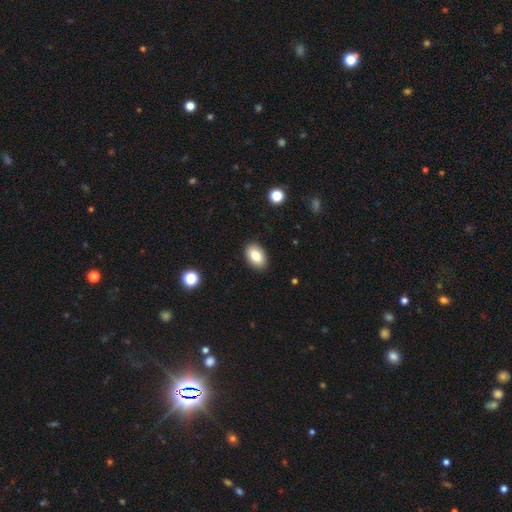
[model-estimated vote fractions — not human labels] The model was most divided on "smooth or featured": smooth: 84%, featured or disk: 8%, star or artifact: 8%. More confident: how rounded — in between (90%); merging — none (89%).